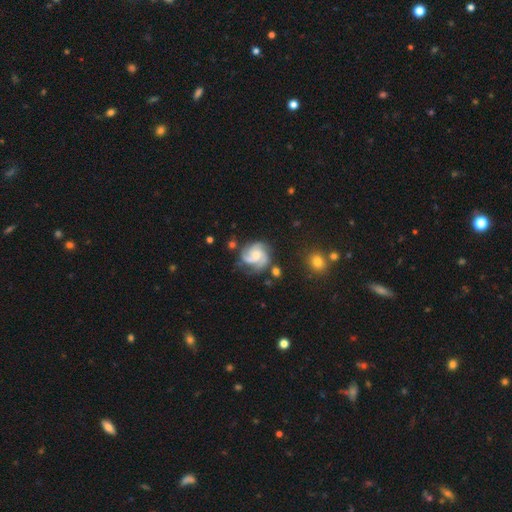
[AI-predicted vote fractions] This is clearly a featured or disk galaxy (86%). It is clearly not viewed edge-on (98%). Bar: likely no (67%). Spiral arm pattern: clearly yes (98%). Spiral arm count: likely 3 (69%). Spiral winding: possibly medium (47%). Central bulge: possibly small (45%). Merging: likely none (68%).